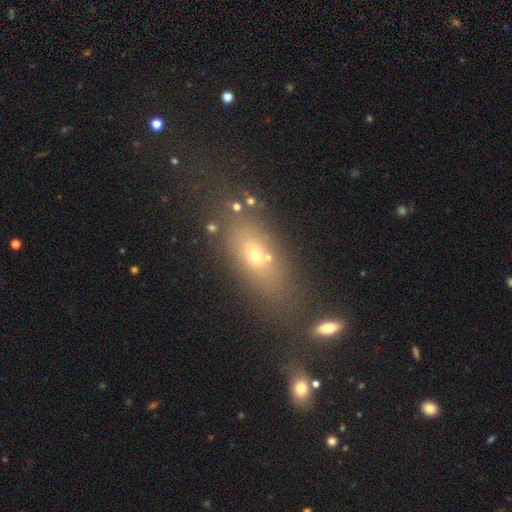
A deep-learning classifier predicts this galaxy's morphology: smooth_or_featured: smooth (p=0.59) [alt: featured or disk p=0.21]
how_rounded: in between (p=0.70) [alt: cigar-shaped p=0.15]
merging: none (p=0.63) [alt: merger p=0.14]